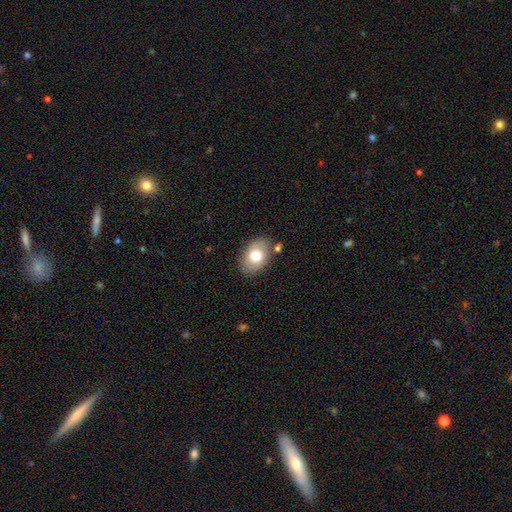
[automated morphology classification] Overall: smooth (72%). How rounded: in between (81%). Merging: none (78%).